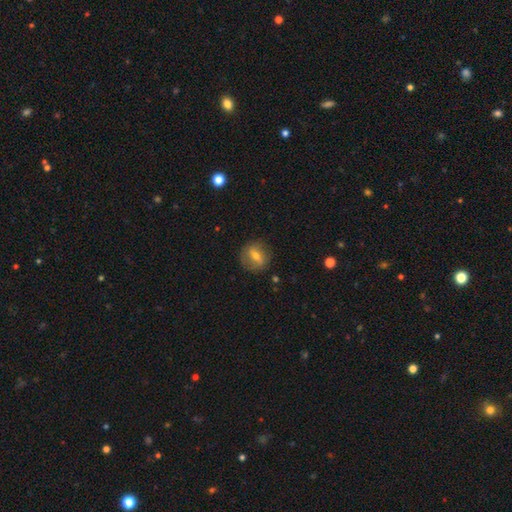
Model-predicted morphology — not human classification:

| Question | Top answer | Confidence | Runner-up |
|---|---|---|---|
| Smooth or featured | smooth | 53% | featured or disk (38%) |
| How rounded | round | 73% | in between (24%) |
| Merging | none | 82% | minor disturbance (13%) |